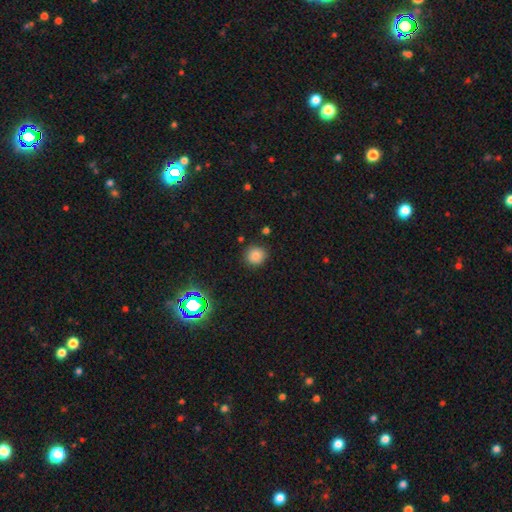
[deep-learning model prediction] smooth-or-featured: smooth: 81% | star or artifact: 14% | featured or disk: 6%
  how-rounded: round: 90% | in between: 9% | cigar-shaped: 1%
  merging: none: 88% | minor disturbance: 7% | major disturbance: 2% | merger: 2%